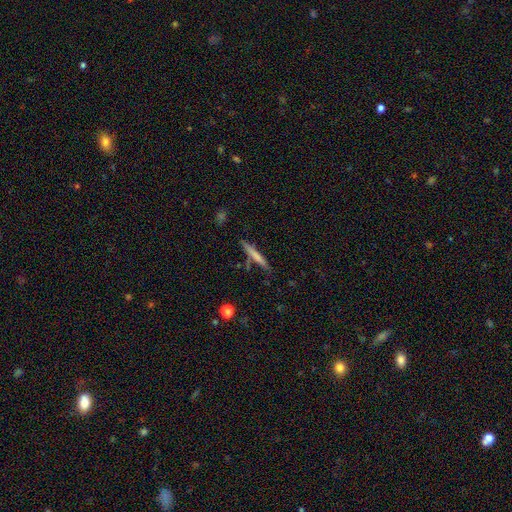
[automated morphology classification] Smooth or featured? smooth (63%)
How rounded? cigar-shaped (94%)
Merging? none (75%)